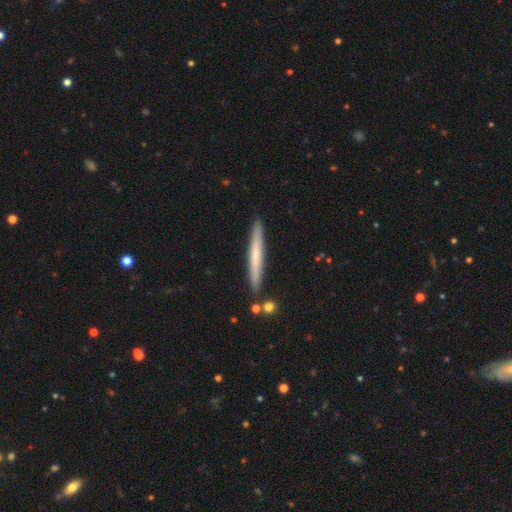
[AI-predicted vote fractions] This is possibly a smooth galaxy (56%). How rounded: clearly cigar-shaped (97%). Merging: clearly none (88%).